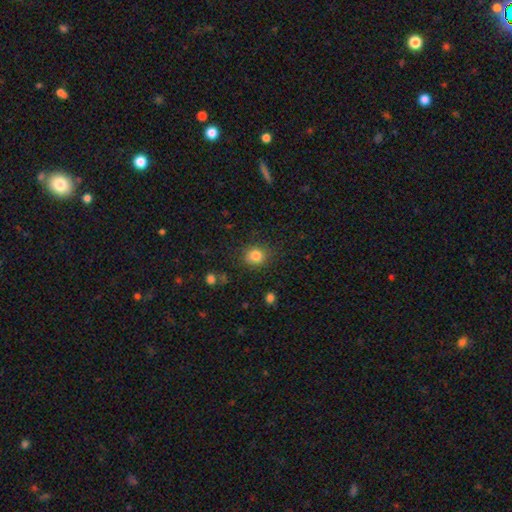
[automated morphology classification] A smooth galaxy with no disk features (83%) that is round (80%). Merging: none (84%).